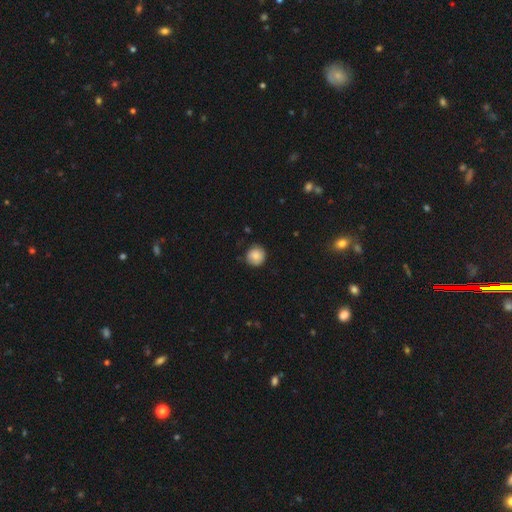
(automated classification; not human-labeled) Morphology: type=smooth (84%); roundness=round (93%); merging=none (82%).